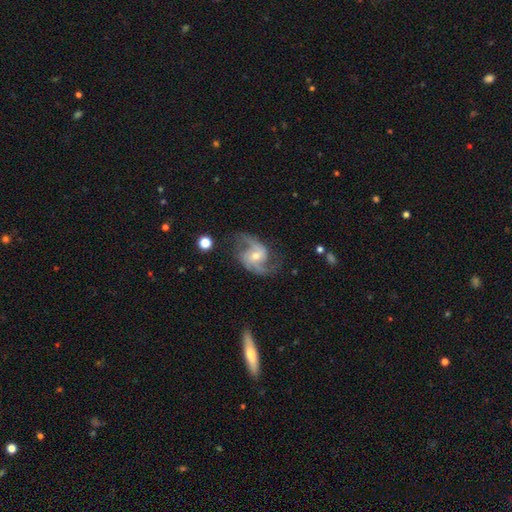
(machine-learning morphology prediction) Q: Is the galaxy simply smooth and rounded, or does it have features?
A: featured or disk — 88%.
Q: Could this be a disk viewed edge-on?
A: no — 97%.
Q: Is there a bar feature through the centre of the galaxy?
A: no — 52%.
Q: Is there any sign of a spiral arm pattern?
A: yes — 97%.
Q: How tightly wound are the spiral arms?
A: medium — 52%.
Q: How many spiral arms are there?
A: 2 — 87%.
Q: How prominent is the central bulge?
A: moderate — 49%.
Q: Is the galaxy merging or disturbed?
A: none — 70%.